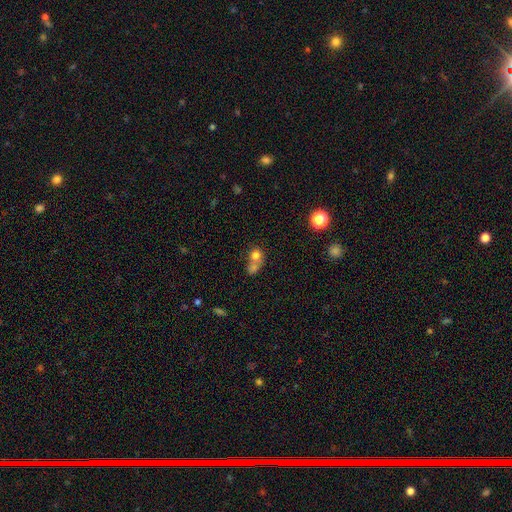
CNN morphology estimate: smooth_or_featured: smooth (p=0.72) [alt: featured or disk p=0.15]
how_rounded: round (p=0.74) [alt: in between p=0.25]
merging: merger (p=0.60) [alt: none p=0.28]